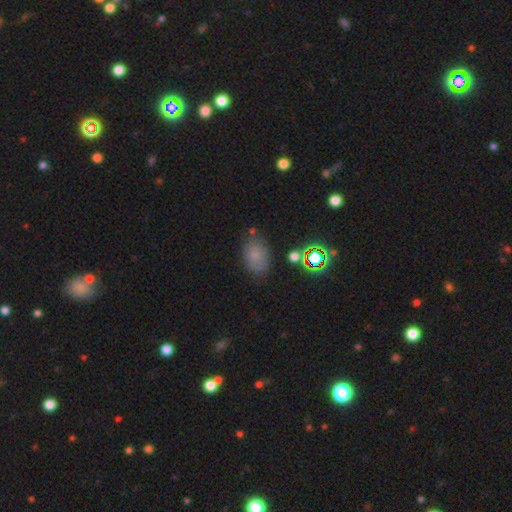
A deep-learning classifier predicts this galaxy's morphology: smooth 71%, star or artifact 19%, featured or disk 11%. Down the decision tree: how rounded — in between (80%); merging — none (70%).